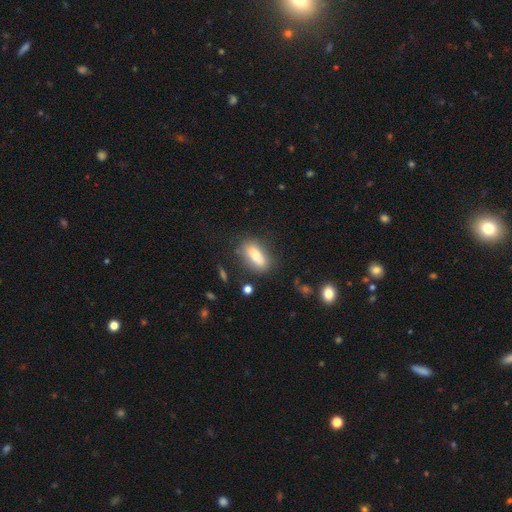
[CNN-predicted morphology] smooth-or-featured: smooth: 81% | featured or disk: 10% | star or artifact: 8%
  how-rounded: in between: 79% | cigar-shaped: 17% | round: 4%
  merging: none: 70% | minor disturbance: 19% | major disturbance: 7% | merger: 4%